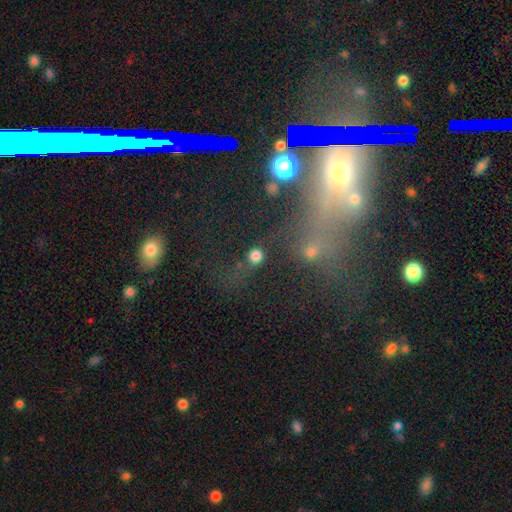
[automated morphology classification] Smooth or featured? Predicted: smooth (p=0.77). How rounded? Predicted: round (p=0.88). Merging? Predicted: none (p=0.66).